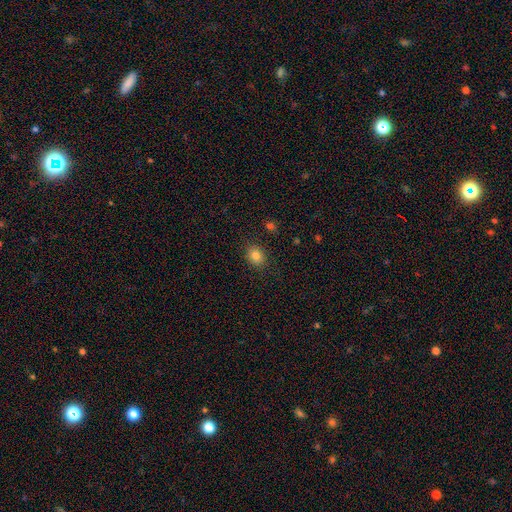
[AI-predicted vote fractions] Q: Smooth or featured?
A: smooth (82%); runner-up: star or artifact (11%)
Q: How rounded?
A: round (54%); runner-up: in between (45%)
Q: Merging?
A: none (87%); runner-up: minor disturbance (9%)